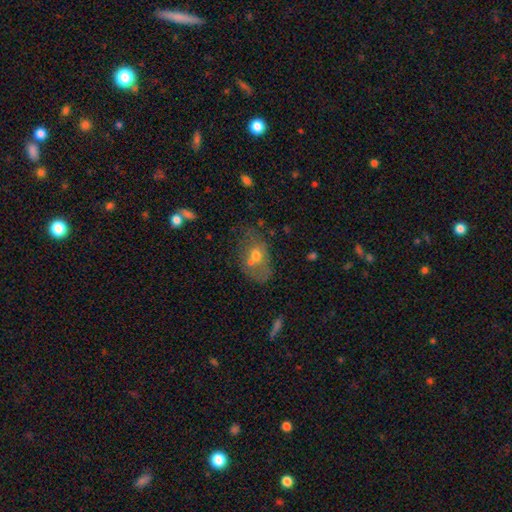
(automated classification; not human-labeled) A smooth galaxy with no disk features (49%). Merging: none (44%).